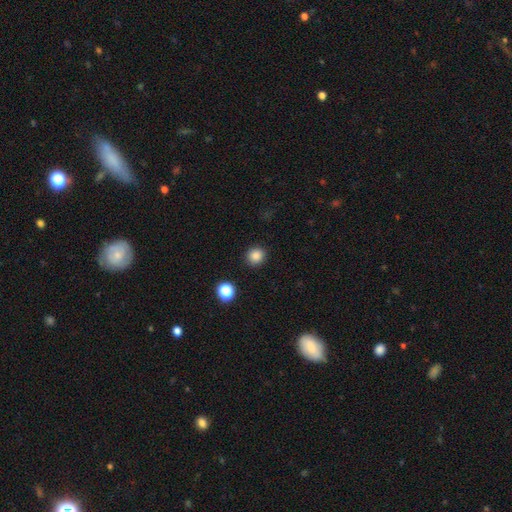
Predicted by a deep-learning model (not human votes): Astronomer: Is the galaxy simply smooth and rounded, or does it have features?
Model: smooth — 85%.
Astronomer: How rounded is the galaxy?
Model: round — 92%.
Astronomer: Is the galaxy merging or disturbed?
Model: none — 91%.